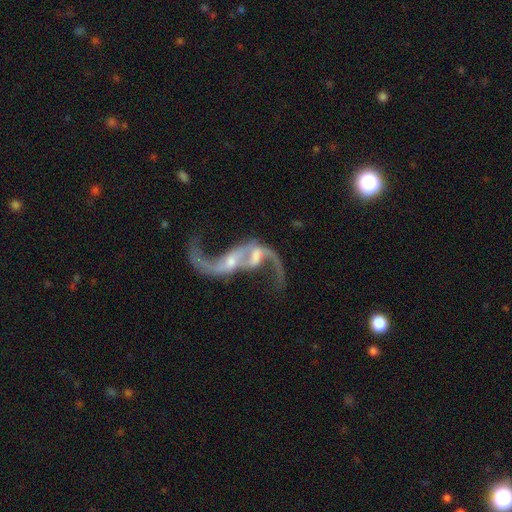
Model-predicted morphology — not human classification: Smooth or featured? featured or disk (81%)
Edge-on disk? no (94%)
Bar? no (42%)
Spiral arms? yes (81%)
Spiral winding? loose (91%)
Spiral arm count? 2 (74%)
Bulge size? moderate (36%)
Merging? merger (63%)